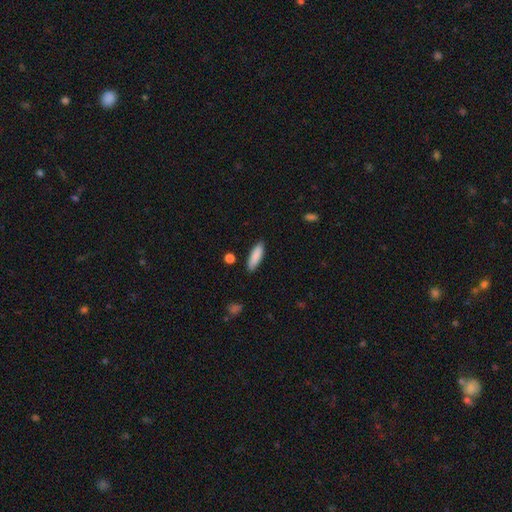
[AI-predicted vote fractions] smooth_or_featured: smooth (p=0.87) [alt: featured or disk p=0.07]
how_rounded: cigar-shaped (p=0.56) [alt: in between p=0.42]
merging: none (p=0.87) [alt: minor disturbance p=0.09]